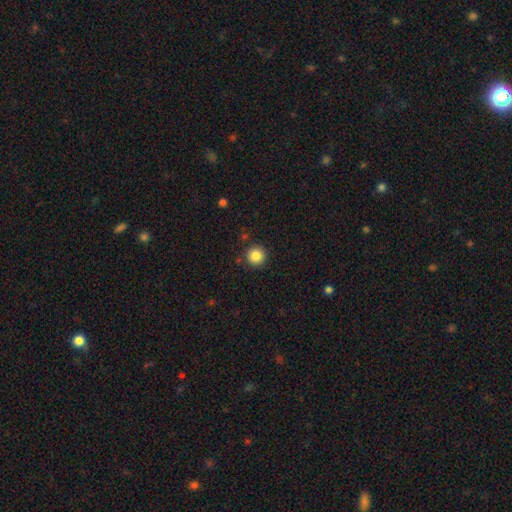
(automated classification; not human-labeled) Smooth or featured?
  - smooth: 85% *
  - star or artifact: 10%
  - featured or disk: 4%
How rounded?
  - round: 95% *
  - in between: 4%
  - cigar-shaped: 1%
Merging?
  - none: 90% *
  - minor disturbance: 6%
  - major disturbance: 2%
  - merger: 2%